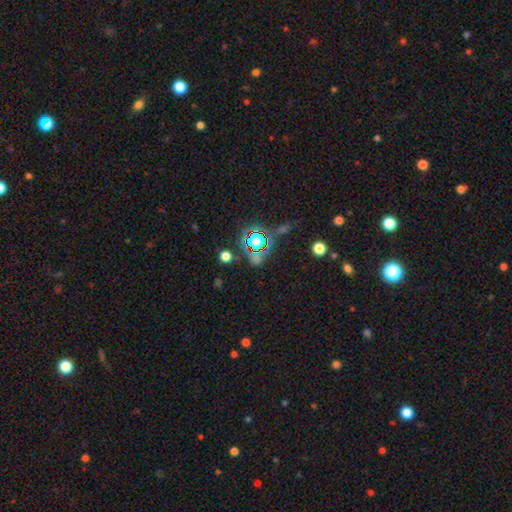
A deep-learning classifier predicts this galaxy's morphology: Q: Smooth or featured?
A: star or artifact (74%); runner-up: smooth (17%)